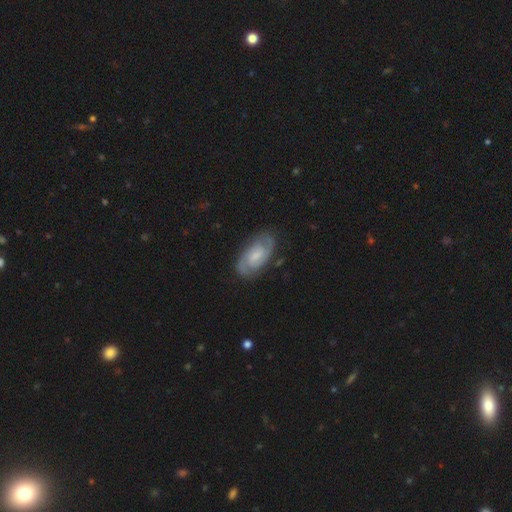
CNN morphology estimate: This is clearly a featured or disk galaxy (80%). It is clearly not viewed edge-on (96%). Bar: possibly weak (53%). Spiral arm pattern: clearly yes (96%). Spiral arm count: clearly 2 (83%). Spiral winding: possibly tight (48%). Central bulge: marginally small (43%). Merging: clearly none (80%).